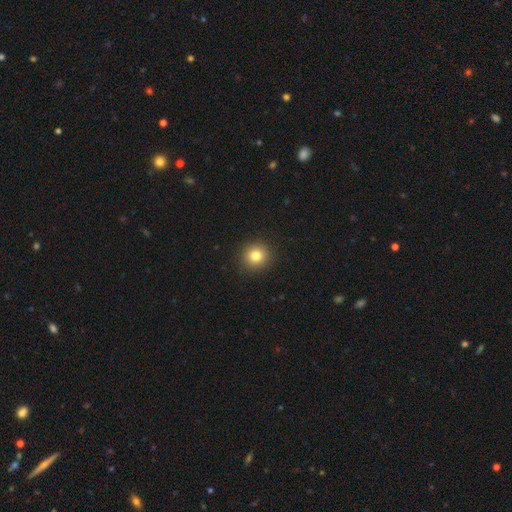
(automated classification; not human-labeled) smooth-or-featured: smooth: 81% | star or artifact: 12% | featured or disk: 7%
  how-rounded: round: 93% | in between: 6% | cigar-shaped: 1%
  merging: none: 92% | minor disturbance: 5% | major disturbance: 2% | merger: 1%